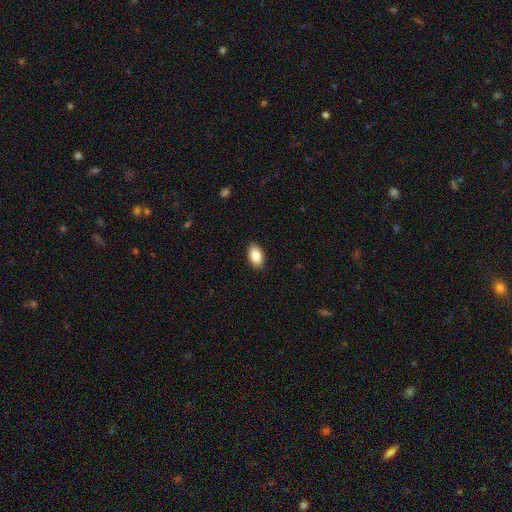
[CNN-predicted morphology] The model was most divided on "smooth or featured": smooth: 88%, star or artifact: 7%, featured or disk: 6%. More confident: how rounded — in between (94%); merging — none (89%).